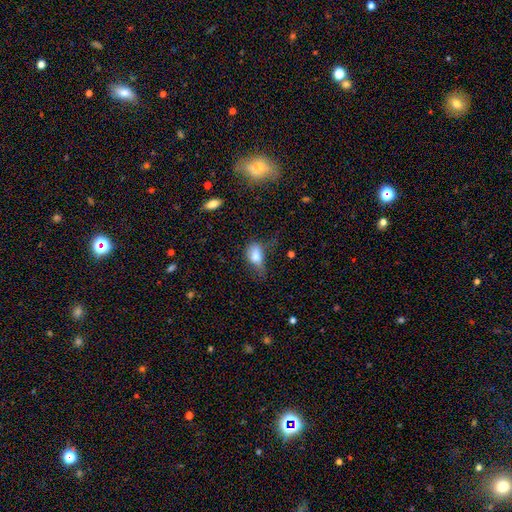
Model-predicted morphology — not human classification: This appears to be a smooth galaxy with no disk features (76%) that is in between round and cigar-shaped (86%). Merging: major disturbance (39%).